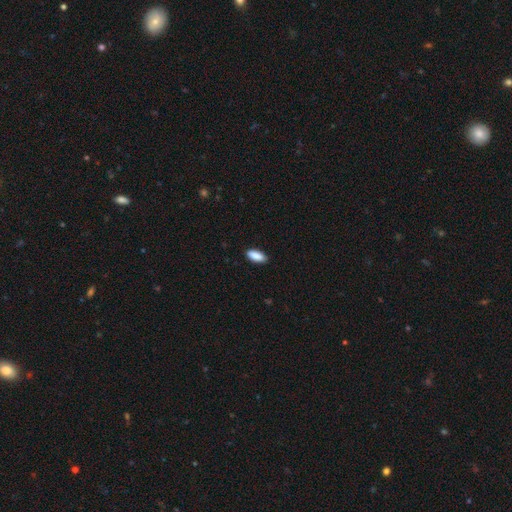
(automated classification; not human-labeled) Smooth or featured? smooth (90%)
How rounded? in between (84%)
Merging? none (88%)